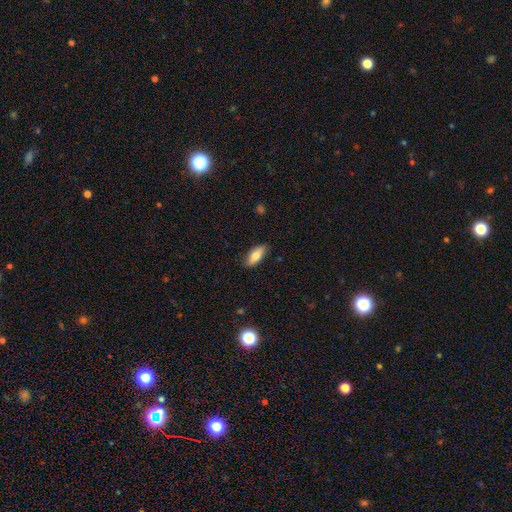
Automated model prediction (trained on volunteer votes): The model was most divided on "how rounded": in between: 75%, cigar-shaped: 22%, round: 3%. More confident: merging — none (85%); smooth or featured — smooth (74%).